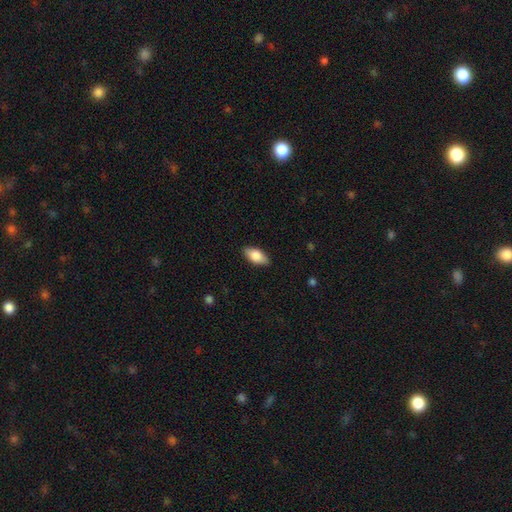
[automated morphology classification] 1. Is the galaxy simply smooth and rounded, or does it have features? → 79% smooth, 15% featured or disk, 6% star or artifact.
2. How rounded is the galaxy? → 90% in between, 7% cigar-shaped, 3% round.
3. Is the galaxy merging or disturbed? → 87% none, 10% minor disturbance, 2% major disturbance, 1% merger.